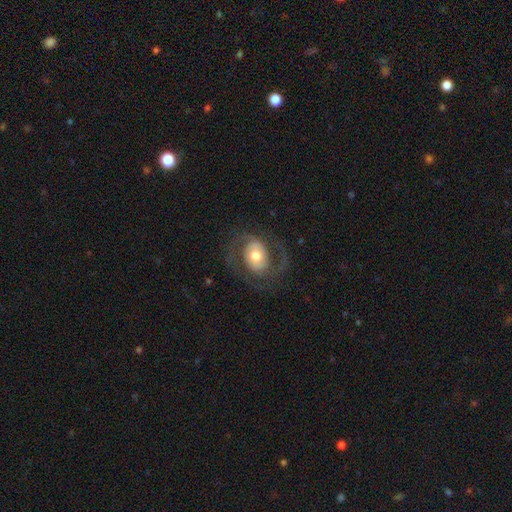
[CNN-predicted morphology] Smooth or featured? featured or disk (73%)
Edge-on disk? no (97%)
Bar? no (59%)
Spiral arms? yes (86%)
Spiral winding? medium (49%)
Spiral arm count? 2 (84%)
Bulge size? moderate (66%)
Merging? none (68%)